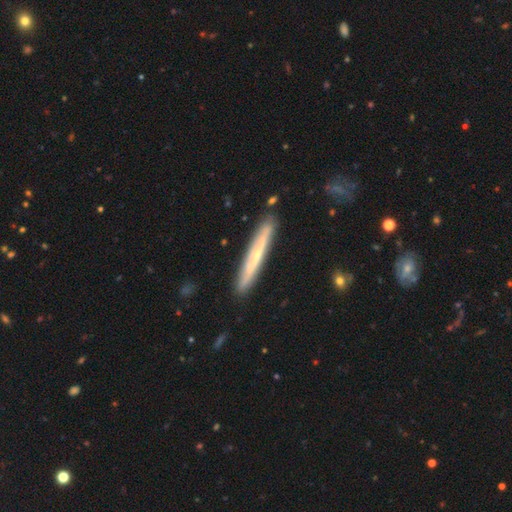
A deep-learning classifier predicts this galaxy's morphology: This is possibly a featured or disk galaxy (56%). It is clearly viewed edge-on (91%). Edge-on bulge: possibly rounded (50%). Merging: clearly none (89%).